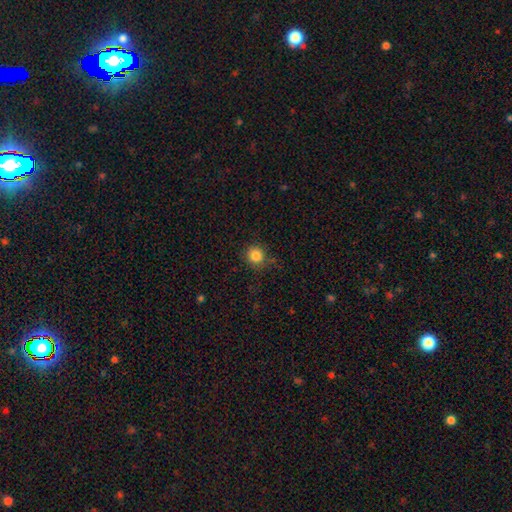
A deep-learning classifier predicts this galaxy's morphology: type=smooth (84%); roundness=round (91%); merging=none (82%).